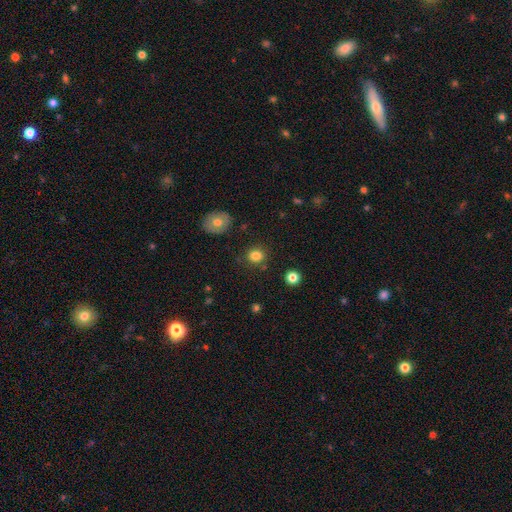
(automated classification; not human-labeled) This appears to be a smooth galaxy with no disk features (83%) that is round (82%). Merging: none (86%).